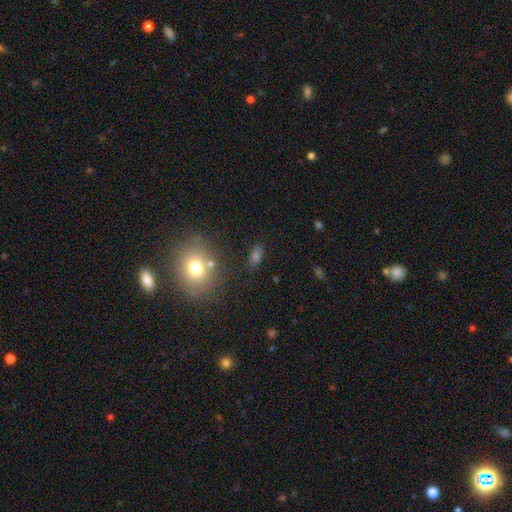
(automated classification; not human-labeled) smooth-or-featured: smooth: 68% | star or artifact: 21% | featured or disk: 11%
  how-rounded: in between: 75% | round: 16% | cigar-shaped: 9%
  merging: none: 81% | minor disturbance: 11% | merger: 5% | major disturbance: 4%